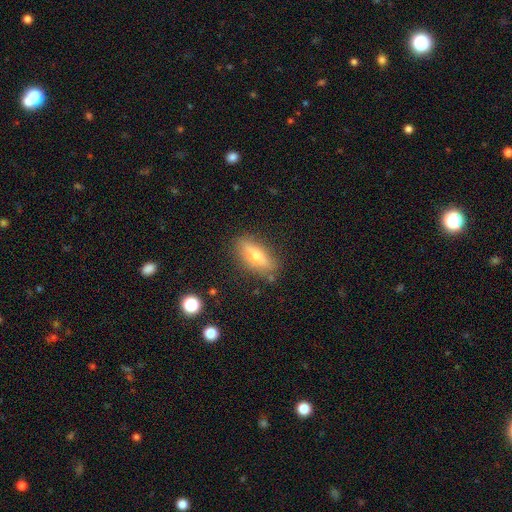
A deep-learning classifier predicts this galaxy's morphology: Smooth or featured? smooth (49%)
Merging? none (83%)